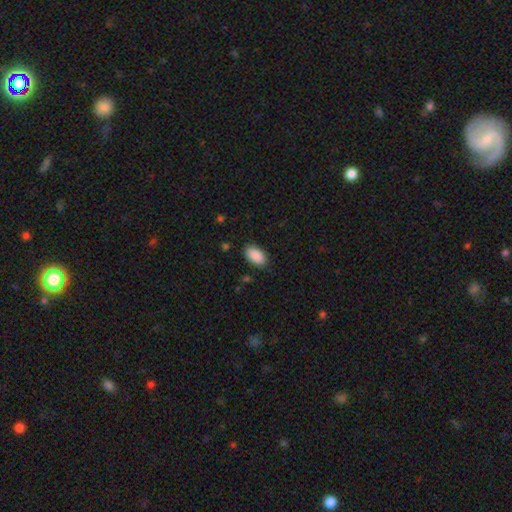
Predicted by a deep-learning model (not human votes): smooth 90%, star or artifact 7%, featured or disk 3%. Down the decision tree: how rounded — in between (95%); merging — none (86%).